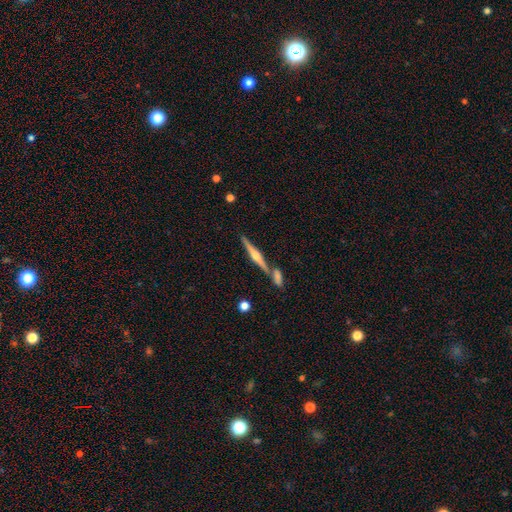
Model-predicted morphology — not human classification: This is likely a featured or disk galaxy (80%). It is clearly viewed edge-on (98%). Edge-on bulge: clearly rounded (91%). Merging: likely none (75%).